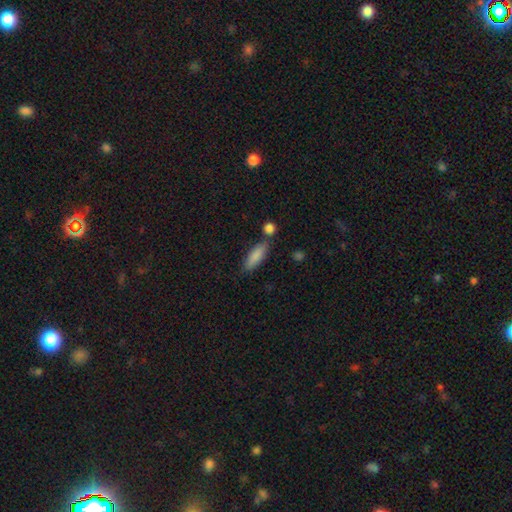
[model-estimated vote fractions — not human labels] smooth-or-featured: smooth: 85% | featured or disk: 9% | star or artifact: 6%
  how-rounded: in between: 56% | cigar-shaped: 42% | round: 2%
  merging: none: 70% | minor disturbance: 15% | merger: 12% | major disturbance: 4%